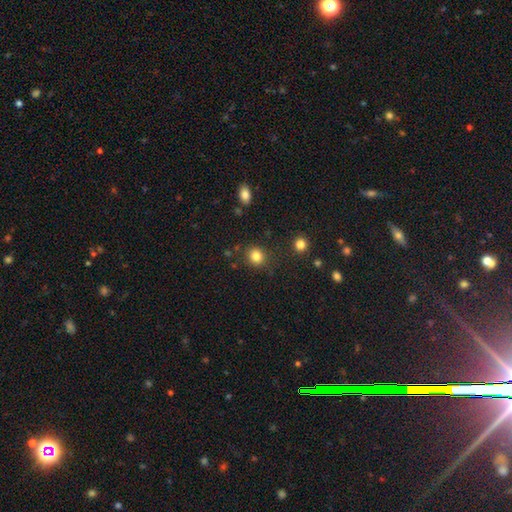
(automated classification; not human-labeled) Smooth or featured: smooth — 83% (star or artifact — 12%)
How rounded: round — 82% (in between — 17%)
Merging: none — 85% (minor disturbance — 9%)